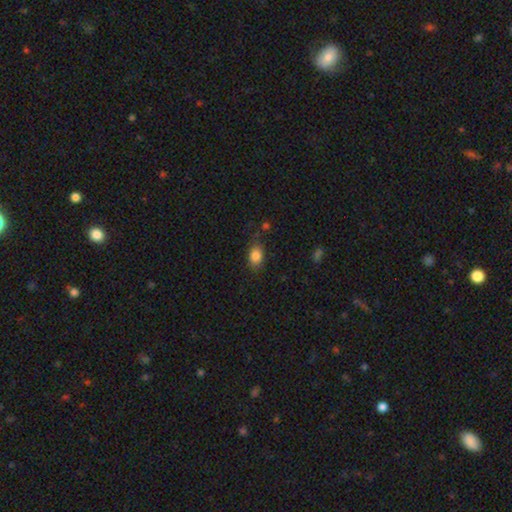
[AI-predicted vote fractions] Smooth or featured?
  - smooth: 85% *
  - star or artifact: 9%
  - featured or disk: 6%
How rounded?
  - in between: 75% *
  - round: 23%
  - cigar-shaped: 2%
Merging?
  - none: 77% *
  - minor disturbance: 16%
  - major disturbance: 4%
  - merger: 3%